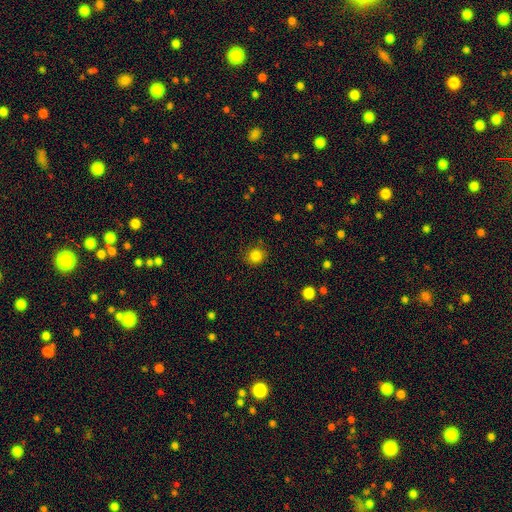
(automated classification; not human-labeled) This appears to be a smooth galaxy with no disk features (84%) that is round (86%). Merging: none (86%).